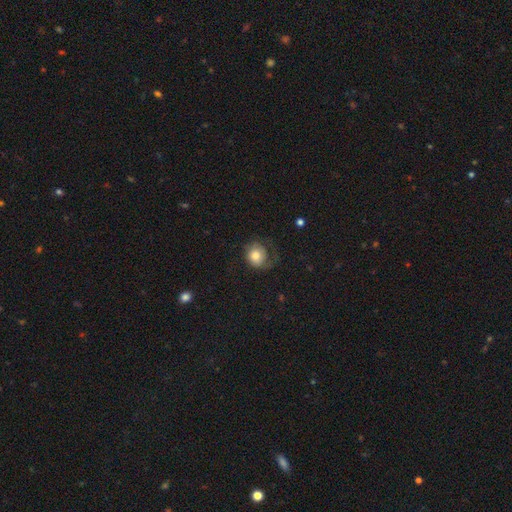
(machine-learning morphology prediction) The model was most divided on "merging": none: 47%, major disturbance: 28%, minor disturbance: 24%, merger: 2%. More confident: how rounded — round (77%); smooth or featured — smooth (71%).